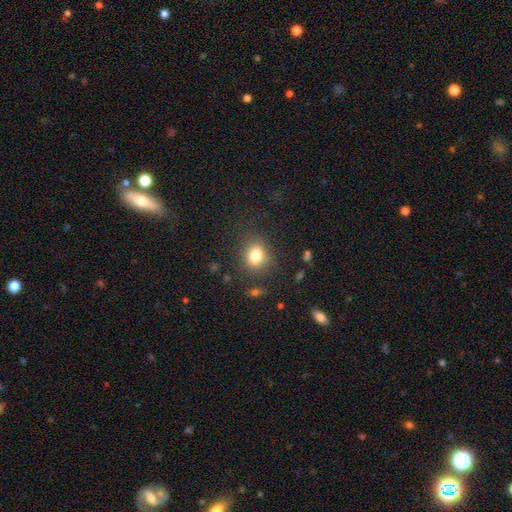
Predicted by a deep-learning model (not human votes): Smooth or featured? smooth (81%)
How rounded? round (66%)
Merging? none (80%)